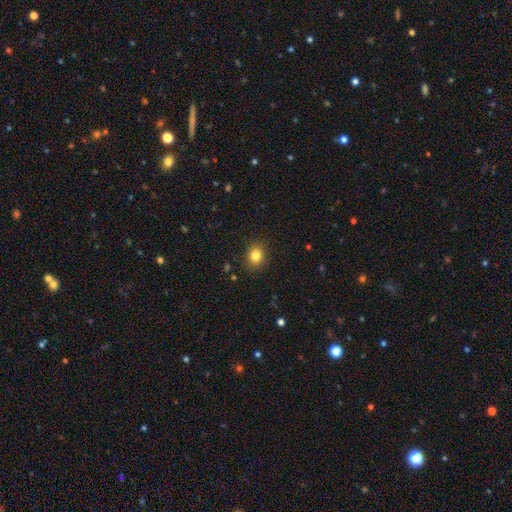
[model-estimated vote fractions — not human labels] Smooth or featured? Predicted: smooth (p=0.83). How rounded? Predicted: round (p=0.53). Merging? Predicted: none (p=0.88).